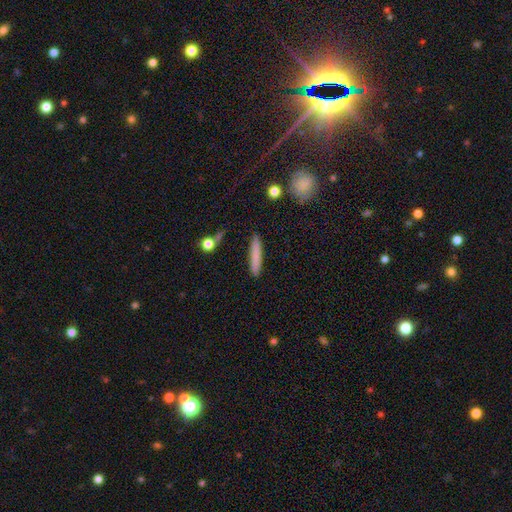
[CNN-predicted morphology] Overall: smooth (78%). How rounded: cigar-shaped (93%). Merging: none (88%).